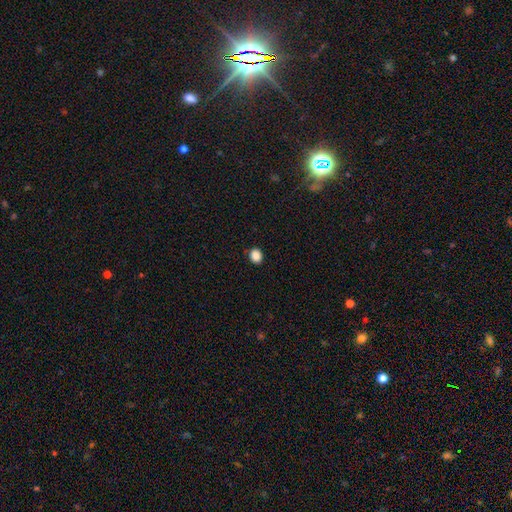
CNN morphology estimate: smooth 88%, star or artifact 10%, featured or disk 3%. Down the decision tree: how rounded — round (59%); merging — none (89%).